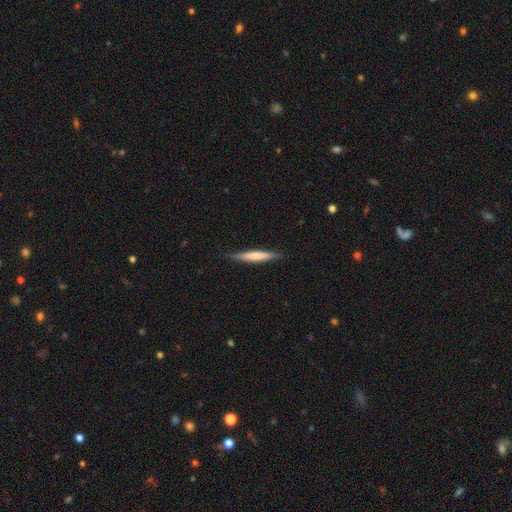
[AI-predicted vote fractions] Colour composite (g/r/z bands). It shows a smooth galaxy with no disk features (60%) that is cigar-shaped (93%). Merging: none (87%).